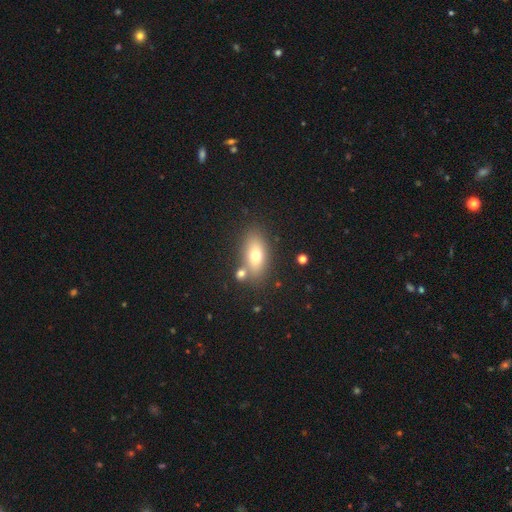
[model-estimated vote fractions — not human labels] This is likely a smooth galaxy (70%). How rounded: clearly in between (83%). Merging: likely none (72%).